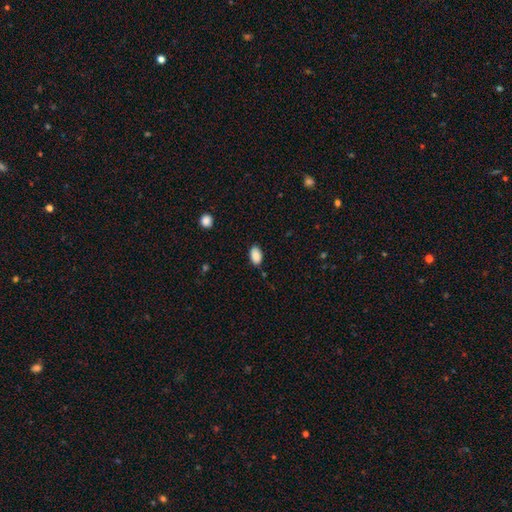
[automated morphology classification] Smooth or featured? Predicted: smooth (p=0.89). How rounded? Predicted: in between (p=0.92). Merging? Predicted: none (p=0.83).